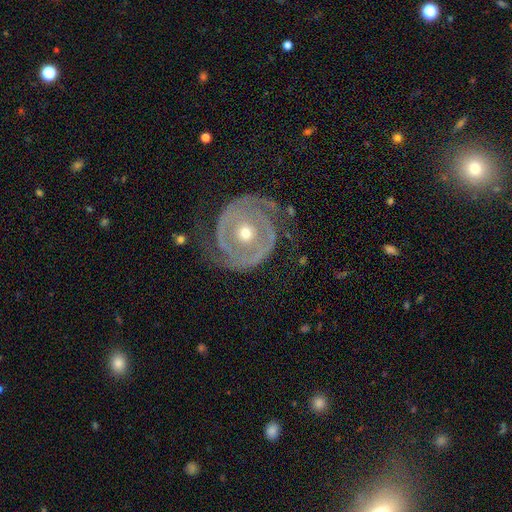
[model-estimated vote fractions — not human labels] Overall: featured or disk (89%). Edge-on disk: no (97%). Bar: no (72%). Spiral arms: yes (92%). Spiral arm count: 2 (74%). Spiral winding: tight (70%). Bulge size: moderate (61%; small 35%). Merging: none (73%).